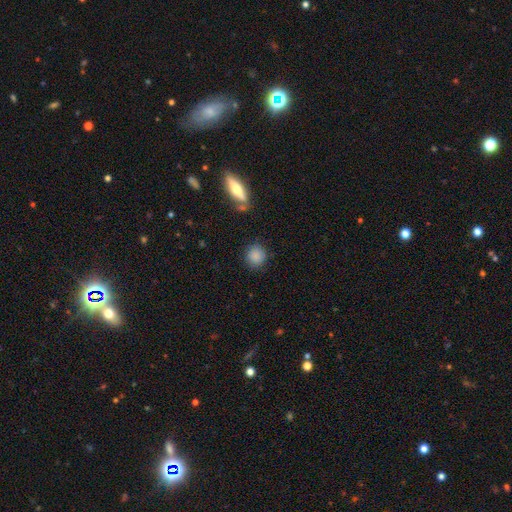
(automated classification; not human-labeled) smooth_or_featured: smooth (p=0.86) [alt: star or artifact p=0.09]
how_rounded: round (p=0.87) [alt: in between p=0.12]
merging: none (p=0.85) [alt: minor disturbance p=0.10]